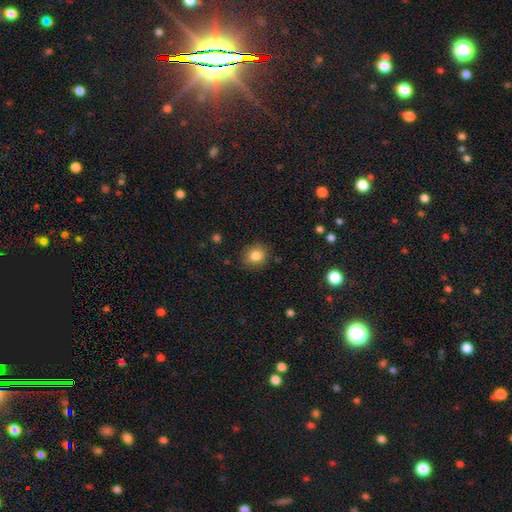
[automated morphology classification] smooth-or-featured: smooth: 83% | star or artifact: 10% | featured or disk: 7%
  how-rounded: round: 78% | in between: 21% | cigar-shaped: 1%
  merging: none: 86% | minor disturbance: 10% | major disturbance: 3% | merger: 1%